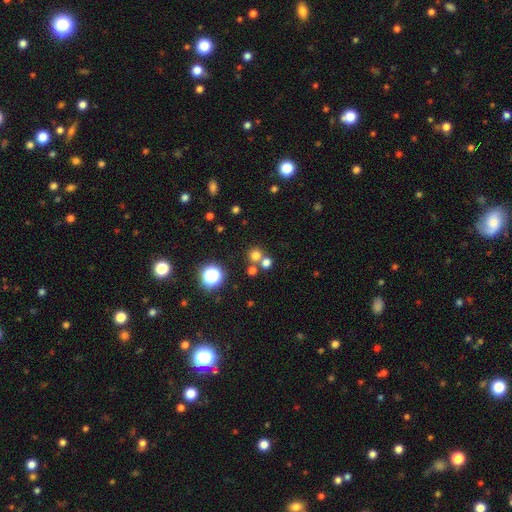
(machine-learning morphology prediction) Smooth or featured: smooth — 70% (star or artifact — 22%)
How rounded: round — 91% (in between — 8%)
Merging: none — 63% (merger — 28%)